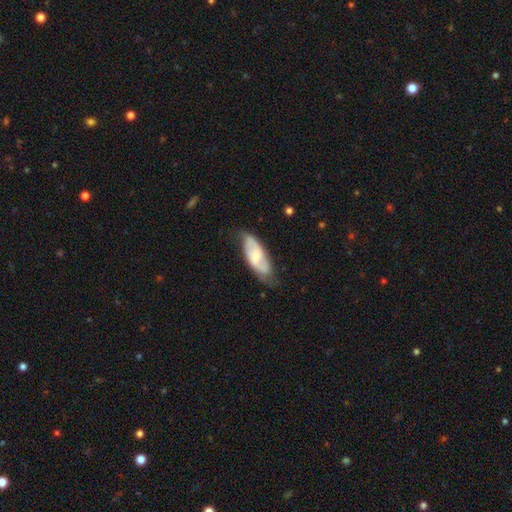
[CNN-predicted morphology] smooth-or-featured: featured or disk: 53% | smooth: 42% | star or artifact: 6%
  disk-edge-on: no: 88% | yes: 12%
  merging: none: 61% | minor disturbance: 29% | major disturbance: 8% | merger: 2%